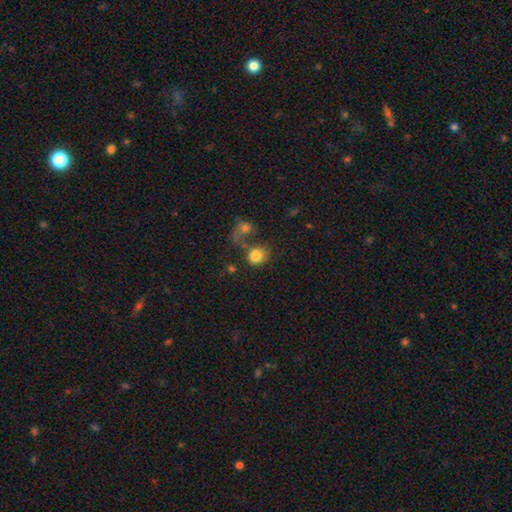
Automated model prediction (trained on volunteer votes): smooth 80%, featured or disk 11%, star or artifact 9%. Down the decision tree: how rounded — round (69%); merging — none (38%).